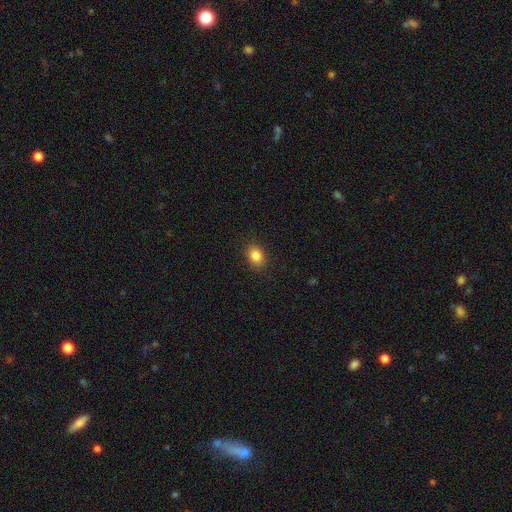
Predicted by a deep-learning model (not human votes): smooth-or-featured: smooth: 85% | star or artifact: 10% | featured or disk: 5%
  how-rounded: in between: 60% | round: 39% | cigar-shaped: 1%
  merging: none: 88% | minor disturbance: 8% | major disturbance: 2% | merger: 1%